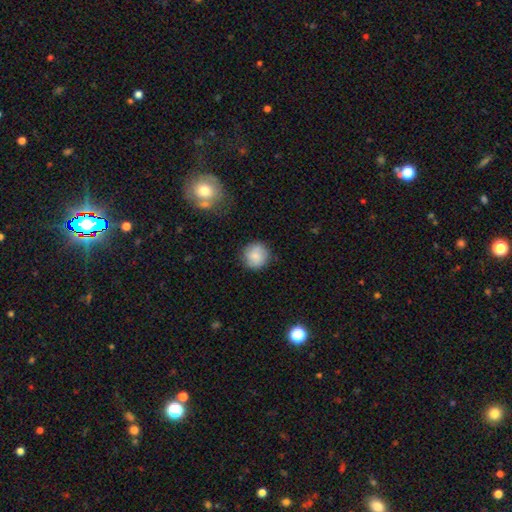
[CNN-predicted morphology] type=smooth (71%); roundness=round (91%); merging=none (83%).